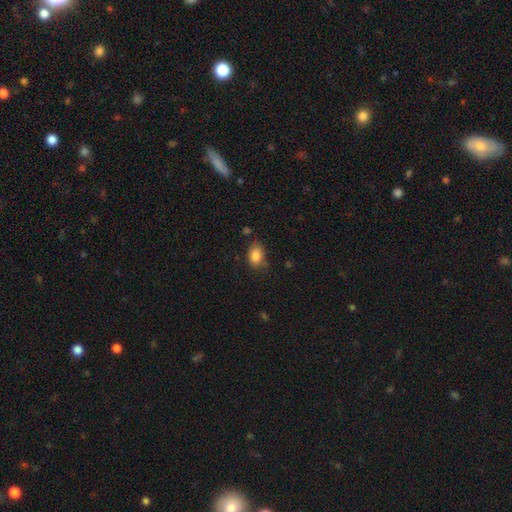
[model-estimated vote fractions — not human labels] Overall: smooth (85%). How rounded: in between (78%). Merging: none (68%).